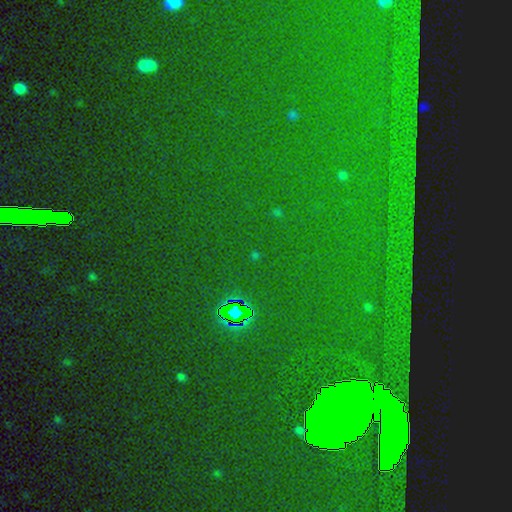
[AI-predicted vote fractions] This appears to be a star or artifact, not a galaxy (79%).